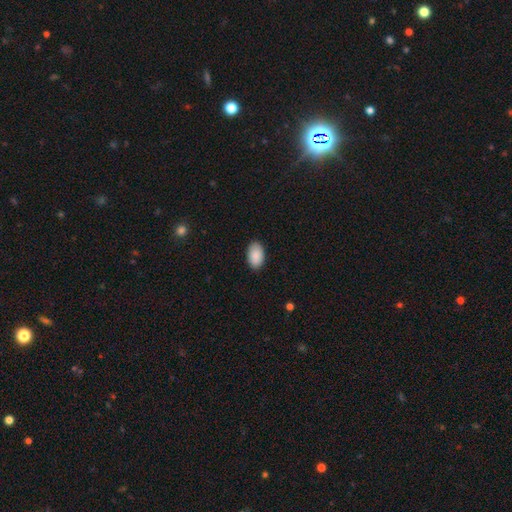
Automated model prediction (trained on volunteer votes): A smooth galaxy with no disk features (91%) that is in between round and cigar-shaped (94%). Merging: none (89%).